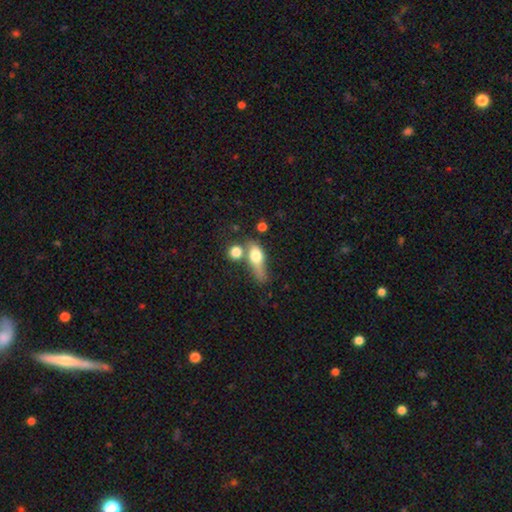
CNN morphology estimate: This appears to be a smooth galaxy with no disk features (66%) that is in between round and cigar-shaped (57%). Merging: merger (36%).